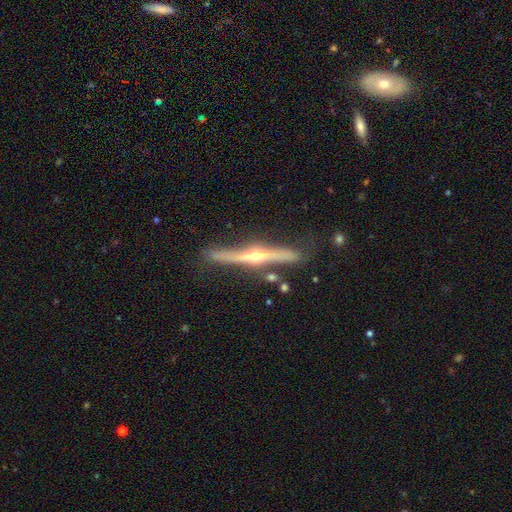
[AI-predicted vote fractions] The model was most divided on "merging": none: 79%, minor disturbance: 15%, merger: 4%, major disturbance: 3%. More confident: edge-on disk — yes (97%); edge-on bulge — rounded (92%); smooth or featured — featured or disk (82%).